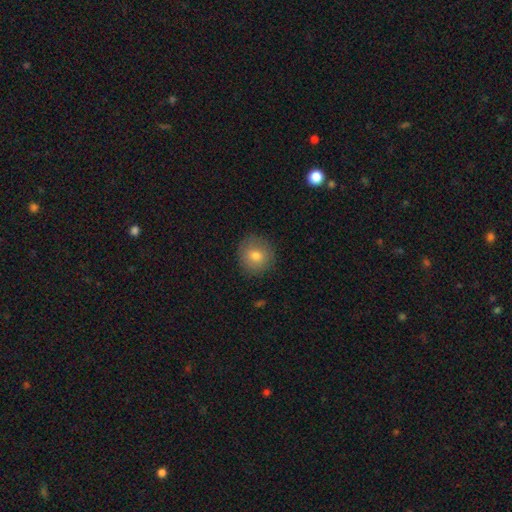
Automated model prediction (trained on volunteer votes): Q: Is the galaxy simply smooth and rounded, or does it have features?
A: smooth — 78%.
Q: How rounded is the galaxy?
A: round — 90%.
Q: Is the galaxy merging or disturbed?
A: none — 87%.